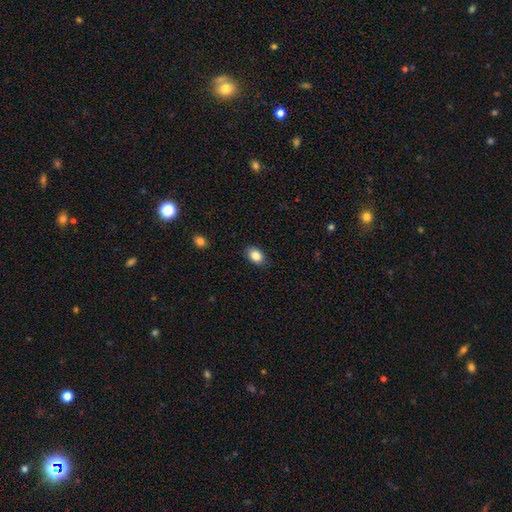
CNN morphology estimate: Smooth or featured?
  - smooth: 87% *
  - star or artifact: 8%
  - featured or disk: 5%
How rounded?
  - in between: 81% *
  - round: 17%
  - cigar-shaped: 1%
Merging?
  - none: 87% *
  - minor disturbance: 10%
  - major disturbance: 2%
  - merger: 1%